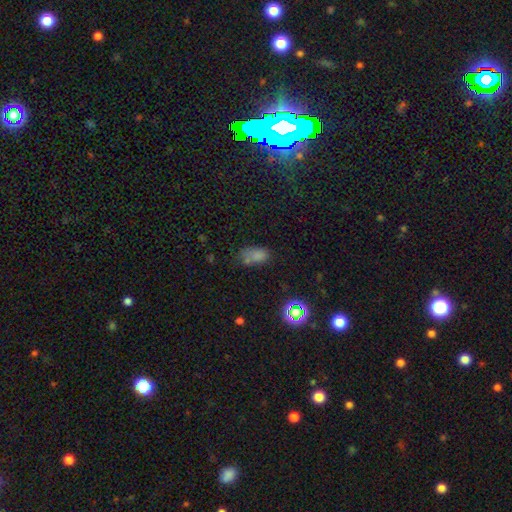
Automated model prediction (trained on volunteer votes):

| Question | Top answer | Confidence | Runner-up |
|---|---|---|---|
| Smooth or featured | smooth | 70% | star or artifact (19%) |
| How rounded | in between | 87% | round (10%) |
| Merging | none | 44% | minor disturbance (26%) |